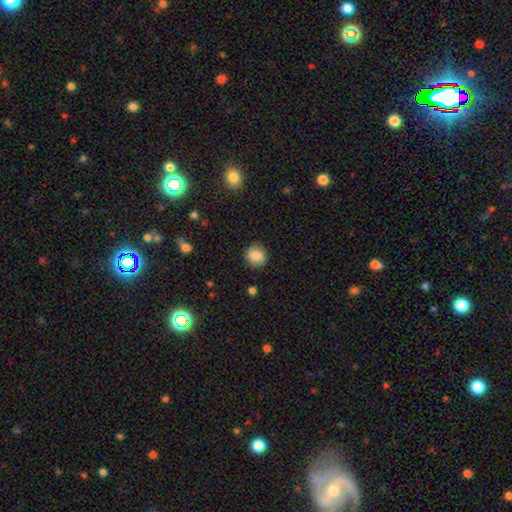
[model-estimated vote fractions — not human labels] smooth-or-featured: smooth: 85% | star or artifact: 8% | featured or disk: 7%
  how-rounded: round: 86% | in between: 13% | cigar-shaped: 1%
  merging: none: 89% | minor disturbance: 8% | major disturbance: 2% | merger: 1%